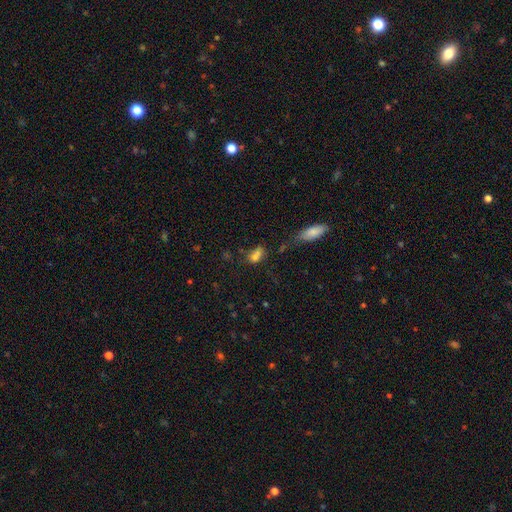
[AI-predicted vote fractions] This appears to be a smooth galaxy with no disk features (69%) that is in between round and cigar-shaped (62%). Merging: none (37%).